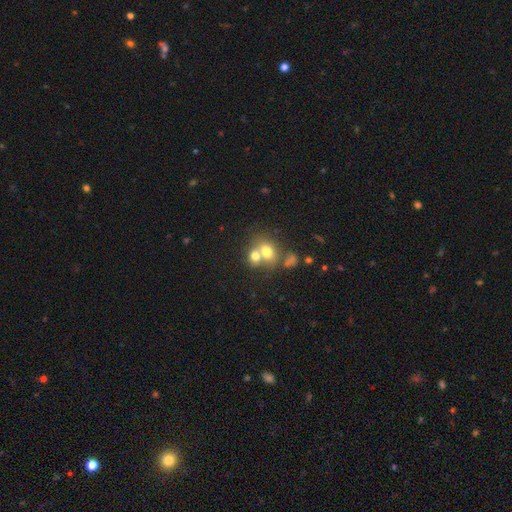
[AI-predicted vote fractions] Q: Smooth or featured?
A: smooth (62%); runner-up: featured or disk (21%)
Q: How rounded?
A: round (62%); runner-up: in between (37%)
Q: Merging?
A: merger (57%); runner-up: none (32%)